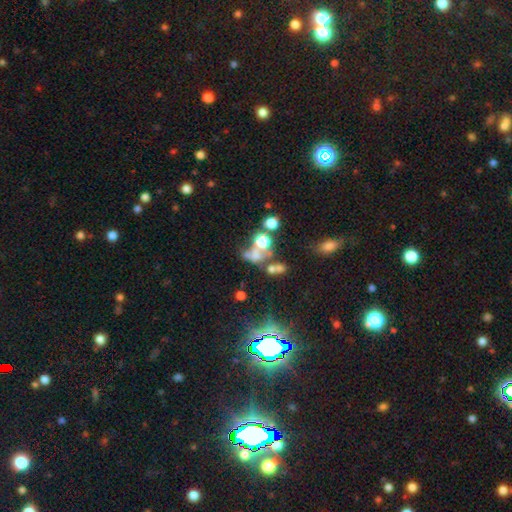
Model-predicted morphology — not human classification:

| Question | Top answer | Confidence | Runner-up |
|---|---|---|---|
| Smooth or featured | smooth | 38% | star or artifact (35%) |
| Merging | merger | 44% | none (29%) |